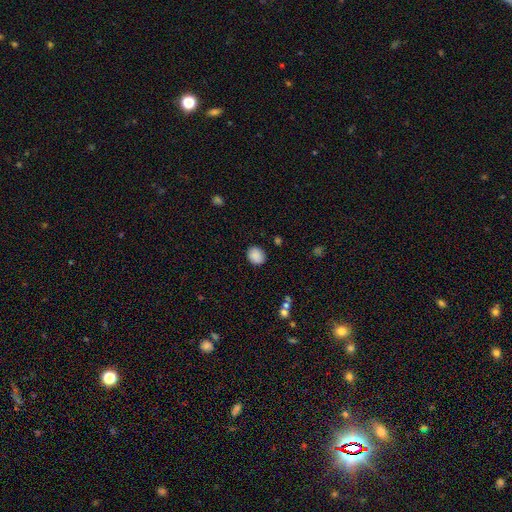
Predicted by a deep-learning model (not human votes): Q: Smooth or featured?
A: smooth (88%); runner-up: star or artifact (8%)
Q: How rounded?
A: round (59%); runner-up: in between (40%)
Q: Merging?
A: none (85%); runner-up: minor disturbance (10%)